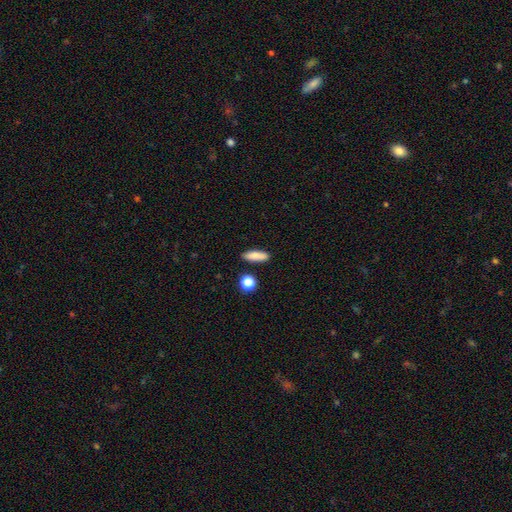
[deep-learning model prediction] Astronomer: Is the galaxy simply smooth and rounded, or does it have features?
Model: smooth — 82%.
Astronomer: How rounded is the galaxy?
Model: in between — 49% (runner-up: cigar-shaped, 47%).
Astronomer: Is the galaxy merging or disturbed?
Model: none — 84%.